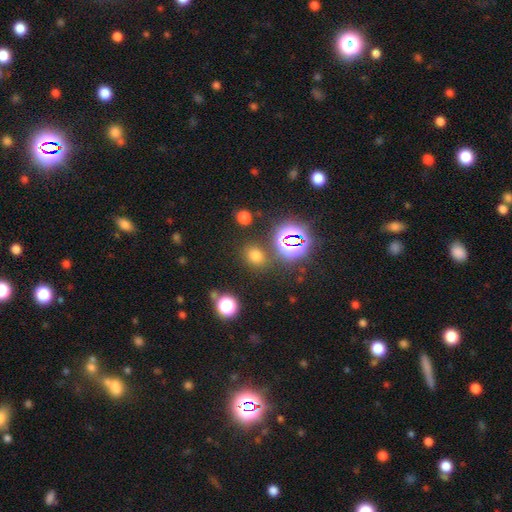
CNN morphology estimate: Q: Smooth or featured?
A: smooth (66%); runner-up: star or artifact (28%)
Q: How rounded?
A: round (59%); runner-up: in between (40%)
Q: Merging?
A: none (81%); runner-up: minor disturbance (10%)